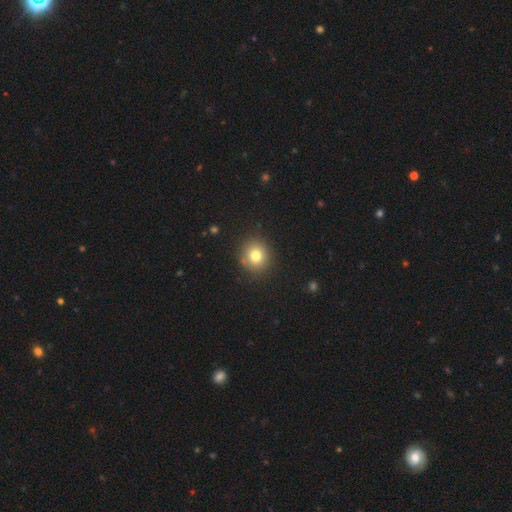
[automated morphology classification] A smooth galaxy with no disk features (78%) that is round (88%). Merging: none (87%).